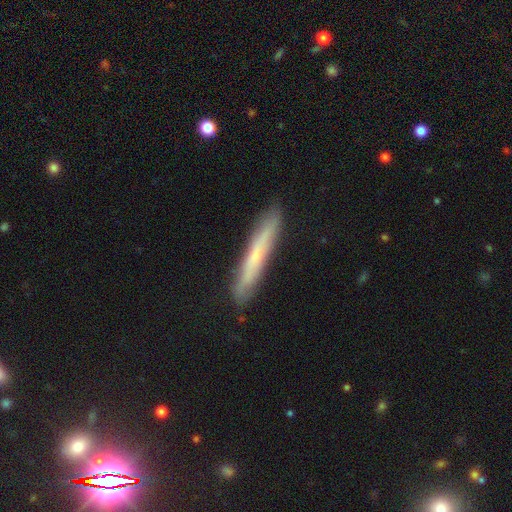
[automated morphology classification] A smooth galaxy with no disk features (48%).

Vote fractions:
- Smooth or featured? smooth: 48% / featured or disk: 45% / star or artifact: 6%
- Merging? none: 87% / minor disturbance: 9% / major disturbance: 2% / merger: 1%